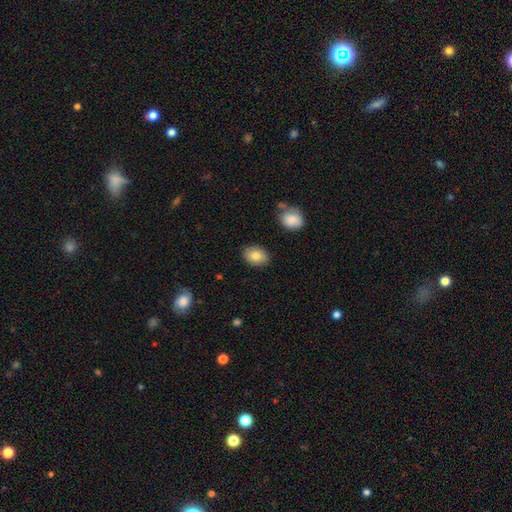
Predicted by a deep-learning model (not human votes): Morphology: type=smooth (82%); roundness=in between (76%); merging=none (86%).